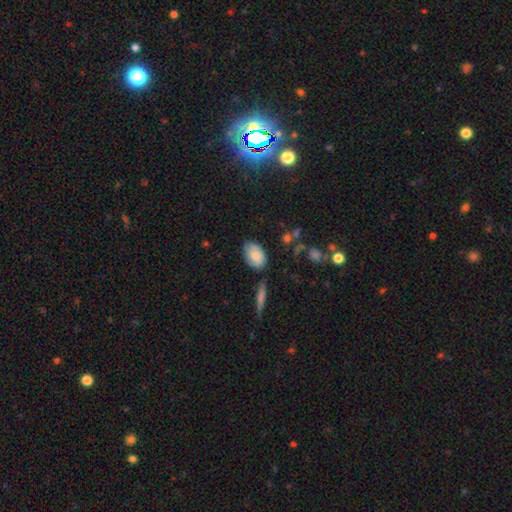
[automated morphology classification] smooth-or-featured: smooth: 69% | featured or disk: 24% | star or artifact: 7%
  how-rounded: in between: 88% | round: 10% | cigar-shaped: 2%
  merging: none: 68% | minor disturbance: 22% | major disturbance: 5% | merger: 5%